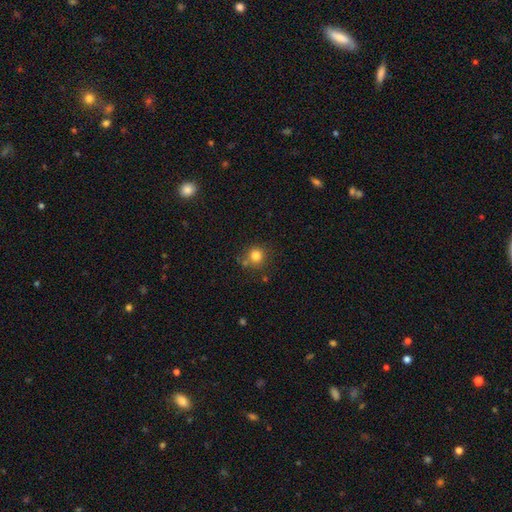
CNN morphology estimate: Overall: smooth (81%). How rounded: round (92%). Merging: none (75%).